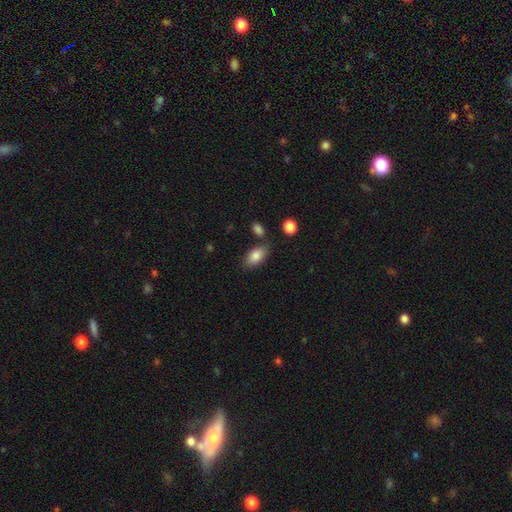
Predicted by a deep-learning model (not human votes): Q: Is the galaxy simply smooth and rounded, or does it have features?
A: smooth — 84%.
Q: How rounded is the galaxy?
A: in between — 92%.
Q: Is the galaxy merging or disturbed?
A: none — 72%.